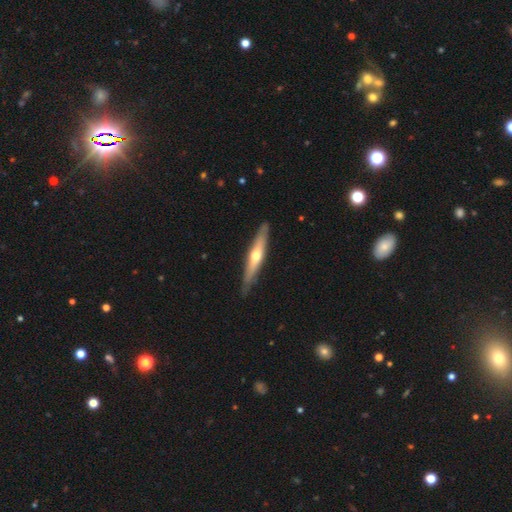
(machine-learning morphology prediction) featured or disk 58%, smooth 37%, star or artifact 5%. Down the decision tree: edge-on disk — yes (92%); edge-on bulge — rounded (87%); merging — none (85%).